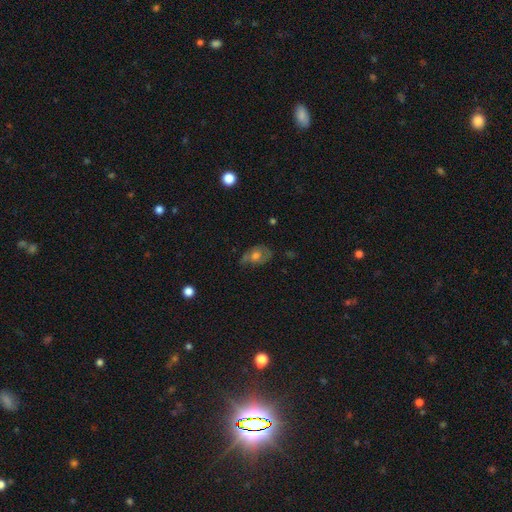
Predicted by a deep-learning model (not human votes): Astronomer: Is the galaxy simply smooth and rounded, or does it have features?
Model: smooth — 48% (runner-up: featured or disk, 41%).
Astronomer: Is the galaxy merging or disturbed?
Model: none — 47% (runner-up: minor disturbance, 33%).